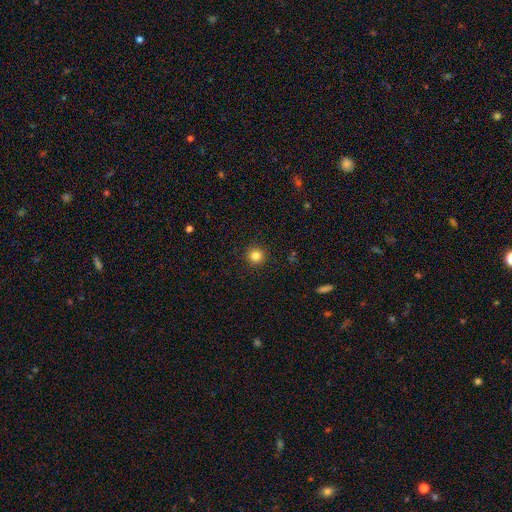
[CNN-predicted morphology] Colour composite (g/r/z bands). It shows a smooth galaxy with no disk features (83%) that is round (95%). Merging: none (92%).